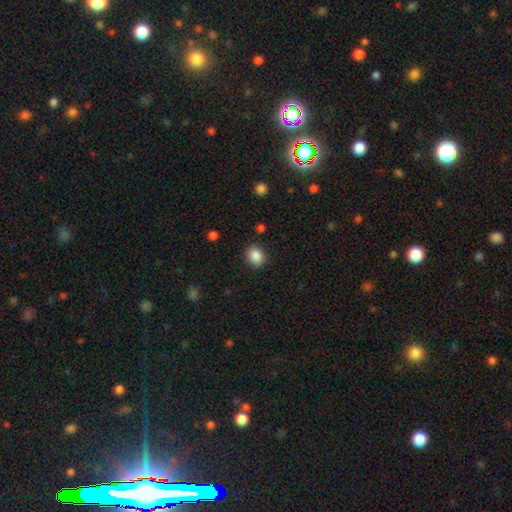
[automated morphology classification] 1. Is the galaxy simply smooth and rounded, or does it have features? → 88% smooth, 9% star or artifact, 3% featured or disk.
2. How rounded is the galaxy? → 55% round, 44% in between, 1% cigar-shaped.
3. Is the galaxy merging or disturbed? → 87% none, 9% minor disturbance, 3% major disturbance, 2% merger.